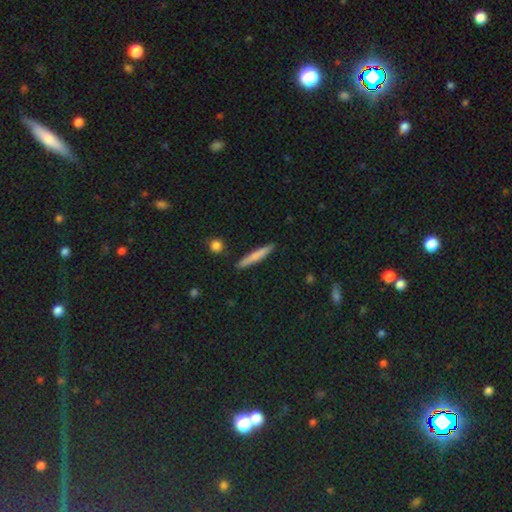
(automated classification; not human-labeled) The model was most divided on "smooth or featured": smooth: 72%, featured or disk: 21%, star or artifact: 7%. More confident: how rounded — cigar-shaped (94%); merging — none (89%).